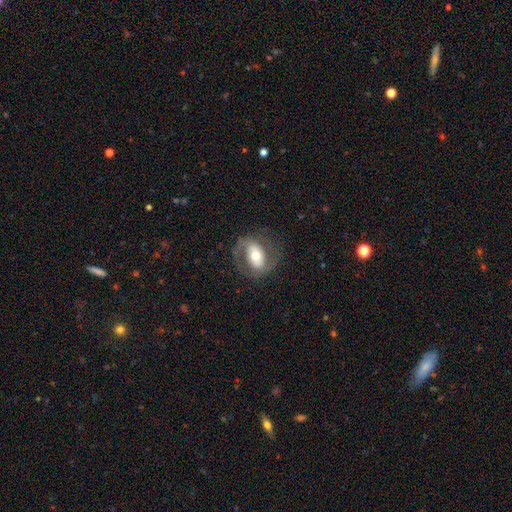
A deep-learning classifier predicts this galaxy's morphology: The model was most divided on "bar": strong: 39%, no: 31%, weak: 30%. More confident: edge-on disk — no (94%); merging — none (72%); spiral arms — yes (71%); smooth or featured — featured or disk (66%); bulge size — moderate (65%).